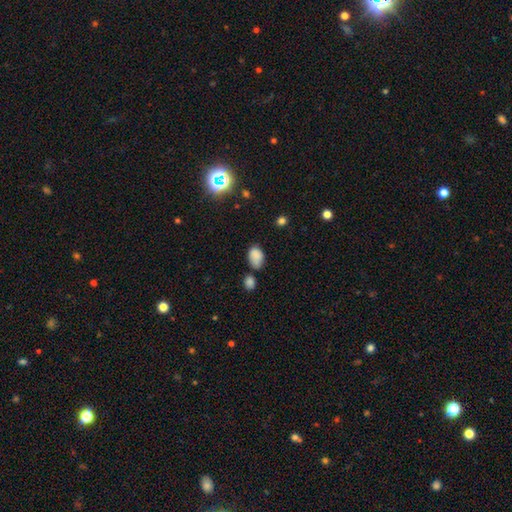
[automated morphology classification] type=smooth (81%); roundness=in between (87%); merging=none (52%).